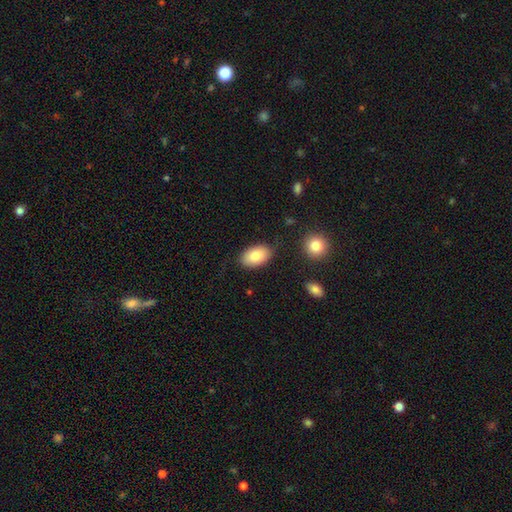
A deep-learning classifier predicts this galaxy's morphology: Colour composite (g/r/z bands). It shows a smooth galaxy with no disk features (83%) that is in between round and cigar-shaped (92%). Merging: none (81%).